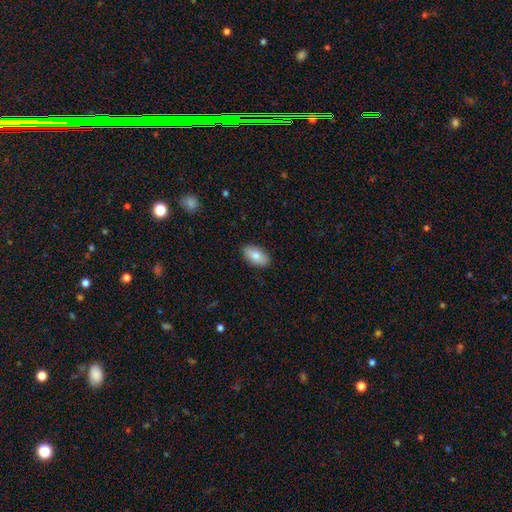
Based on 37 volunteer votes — smooth 78%, featured or disk 16%, star or artifact 5%. Down the decision tree: how rounded — in between (93%); merging — none (86%).